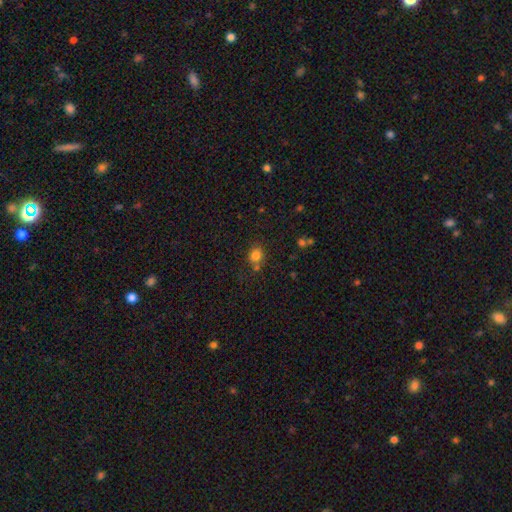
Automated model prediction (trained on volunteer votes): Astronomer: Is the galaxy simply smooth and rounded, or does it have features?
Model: smooth — 80%.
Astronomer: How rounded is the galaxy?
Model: round — 75%.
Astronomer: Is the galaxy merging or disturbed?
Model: none — 67%.